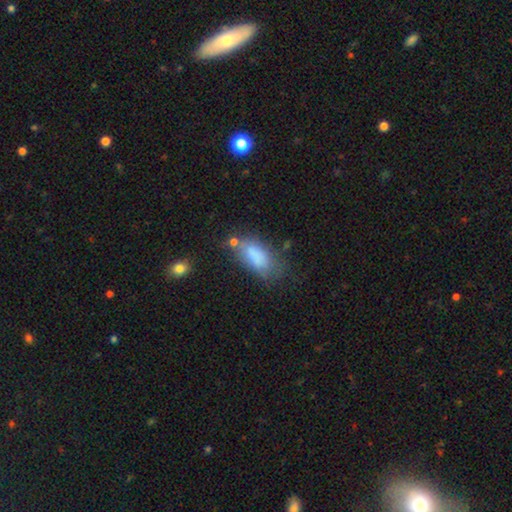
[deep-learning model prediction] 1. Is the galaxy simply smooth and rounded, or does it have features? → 77% smooth, 13% featured or disk, 9% star or artifact.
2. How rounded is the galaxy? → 87% in between, 10% cigar-shaped, 3% round.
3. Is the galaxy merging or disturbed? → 48% none, 27% minor disturbance, 15% major disturbance, 10% merger.